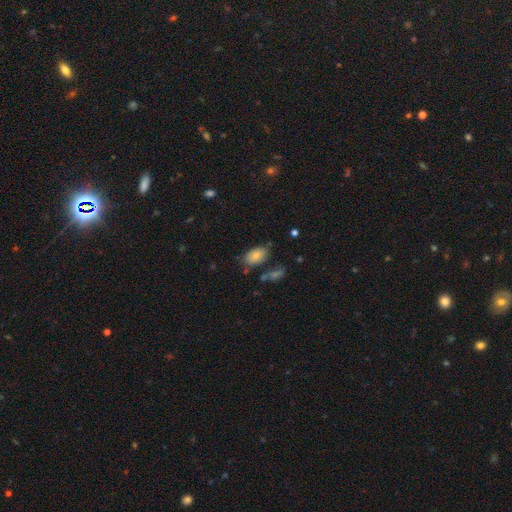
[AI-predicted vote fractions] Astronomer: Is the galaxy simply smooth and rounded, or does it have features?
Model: smooth — 79%.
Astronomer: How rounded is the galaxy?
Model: in between — 92%.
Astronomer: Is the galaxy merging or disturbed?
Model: none — 69%.